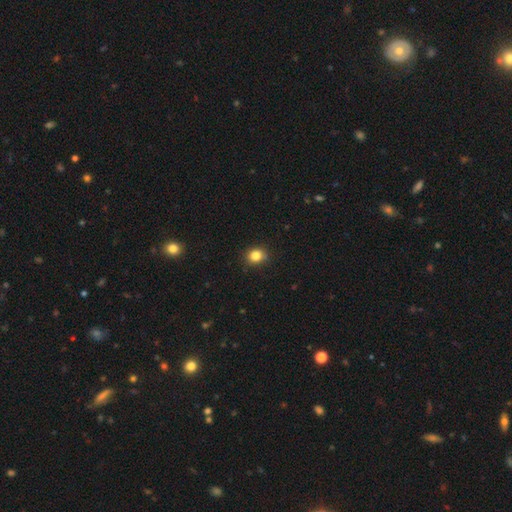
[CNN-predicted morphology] Overall: smooth (83%). How rounded: round (68%; in between 32%). Merging: none (87%).